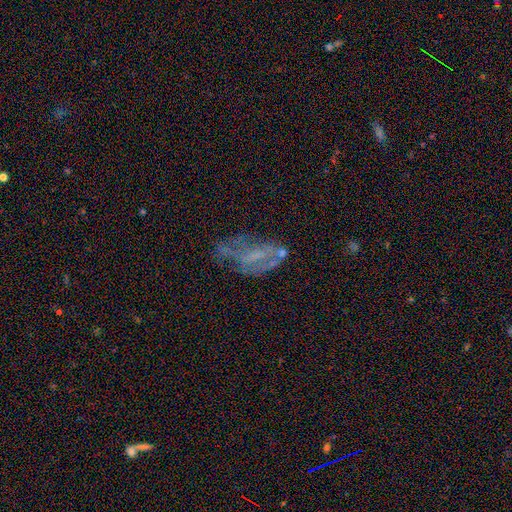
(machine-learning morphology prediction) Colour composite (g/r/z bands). It shows a featured or disk galaxy (56%) with no bar (60%), no spiral arms (61%) and no central bulge (55%). Merging: none (38%).